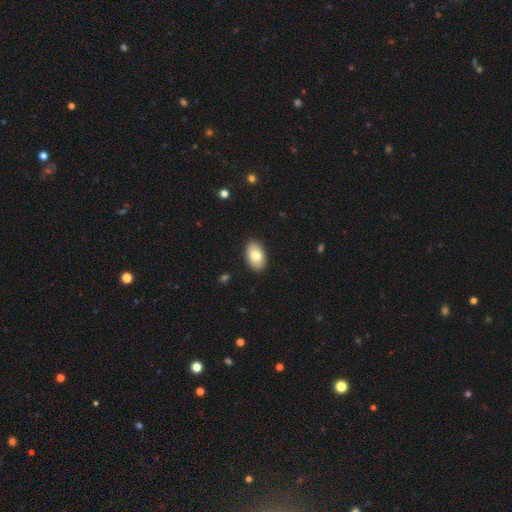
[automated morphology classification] Smooth or featured?
  - smooth: 78% *
  - featured or disk: 16%
  - star or artifact: 7%
How rounded?
  - in between: 93% *
  - round: 6%
  - cigar-shaped: 1%
Merging?
  - none: 89% *
  - minor disturbance: 9%
  - major disturbance: 2%
  - merger: 1%